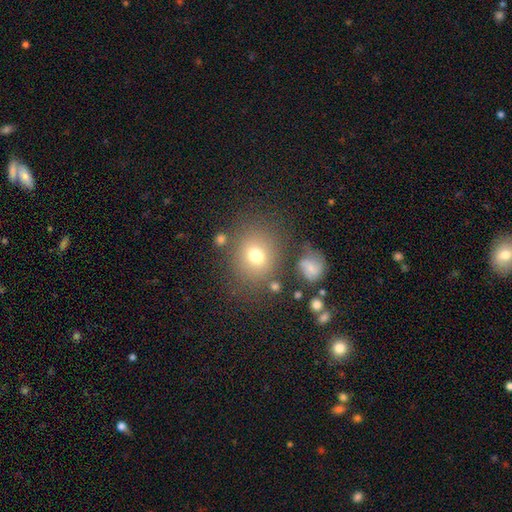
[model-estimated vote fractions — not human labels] smooth_or_featured: smooth (p=0.73) [alt: star or artifact p=0.14]
how_rounded: round (p=0.72) [alt: in between p=0.27]
merging: none (p=0.75) [alt: minor disturbance p=0.13]